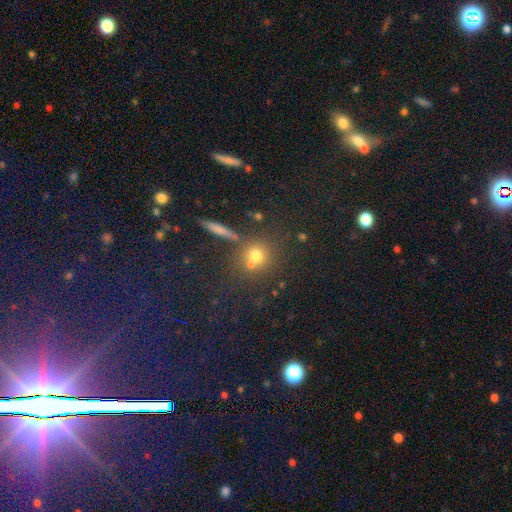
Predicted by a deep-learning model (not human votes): Smooth or featured: smooth — 68% (star or artifact — 19%)
How rounded: round — 85% (in between — 12%)
Merging: none — 63% (merger — 22%)